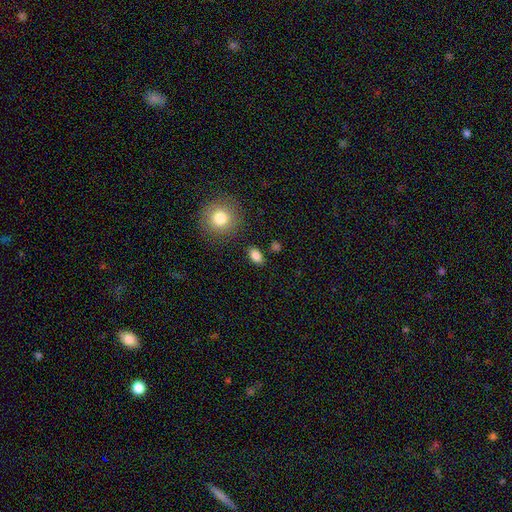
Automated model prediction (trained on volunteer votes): smooth_or_featured: smooth (p=0.85) [alt: star or artifact p=0.10]
how_rounded: in between (p=0.83) [alt: round p=0.16]
merging: none (p=0.85) [alt: minor disturbance p=0.09]